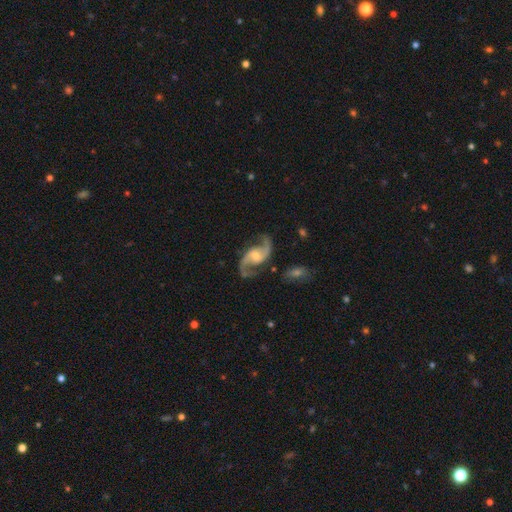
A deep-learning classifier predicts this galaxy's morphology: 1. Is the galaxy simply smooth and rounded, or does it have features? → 92% featured or disk, 4% star or artifact, 4% smooth.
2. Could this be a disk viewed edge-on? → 98% no, 2% yes.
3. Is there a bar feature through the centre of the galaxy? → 45% no, 43% weak, 12% strong.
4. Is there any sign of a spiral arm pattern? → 98% yes, 2% no.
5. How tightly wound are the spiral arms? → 58% loose, 36% medium, 6% tight.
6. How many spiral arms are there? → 94% 2, 2% 1, 1% can't tell, 1% 3, 1% 4, 1% more than 4.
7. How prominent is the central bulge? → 47% moderate, 36% small, 7% large, 7% none, 1% dominant.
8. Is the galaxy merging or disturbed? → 75% none, 14% minor disturbance, 7% major disturbance, 3% merger.